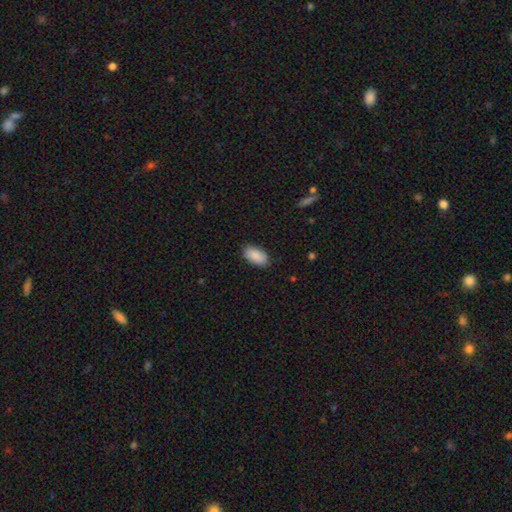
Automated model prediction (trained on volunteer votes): A smooth galaxy with no disk features (88%) that is in between round and cigar-shaped (95%).

Vote fractions:
- Smooth or featured? smooth: 88% / featured or disk: 6% / star or artifact: 6%
- How rounded? in between: 95% / round: 3% / cigar-shaped: 3%
- Merging? none: 86% / minor disturbance: 11% / major disturbance: 2% / merger: 1%